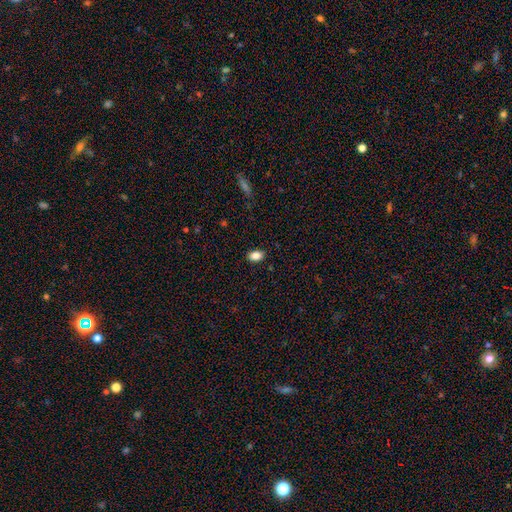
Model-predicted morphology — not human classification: A smooth galaxy with no disk features (85%) that is in between round and cigar-shaped (88%). Merging: none (88%).